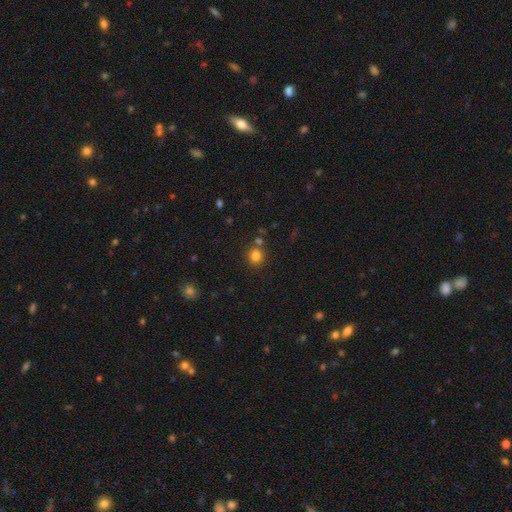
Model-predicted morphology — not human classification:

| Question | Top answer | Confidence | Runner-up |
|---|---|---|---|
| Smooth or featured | smooth | 81% | star or artifact (13%) |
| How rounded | round | 87% | in between (12%) |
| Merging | none | 75% | merger (13%) |